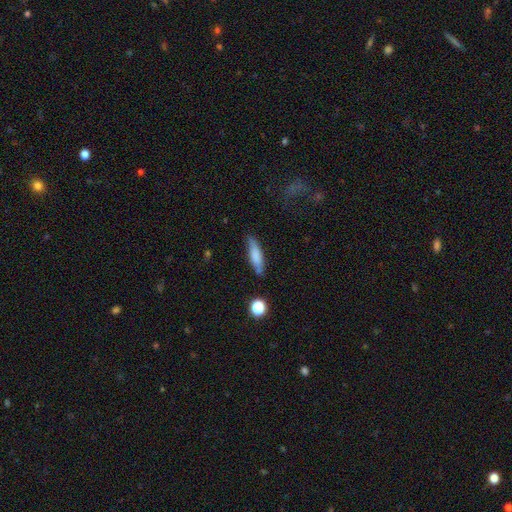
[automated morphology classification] type=smooth (75%); roundness=cigar-shaped (66%); merging=none (72%).